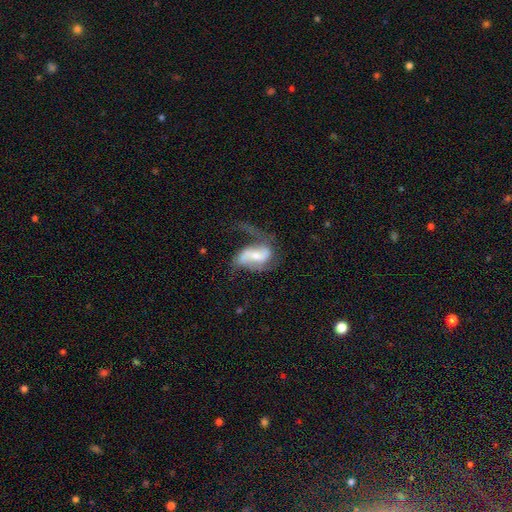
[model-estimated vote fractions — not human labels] featured or disk 74%, smooth 19%, star or artifact 7%. Down the decision tree: edge-on disk — no (96%); bar — weak (41%); spiral arms — yes (87%); spiral arm count — 2 (68%); spiral winding — loose (55%); bulge size — moderate (46%); merging — major disturbance (45%).